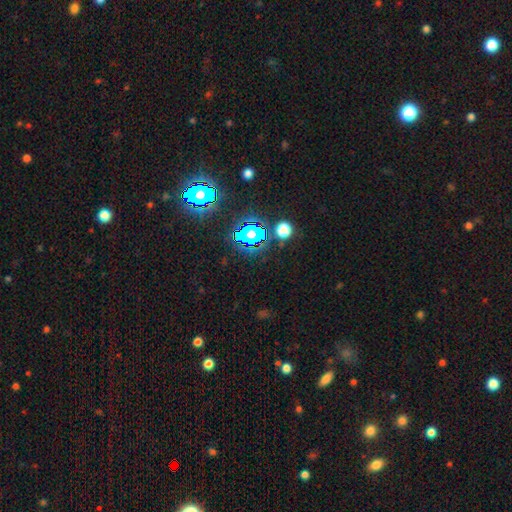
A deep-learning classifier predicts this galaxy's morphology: This is clearly a star or artifact rather than a galaxy (80%).